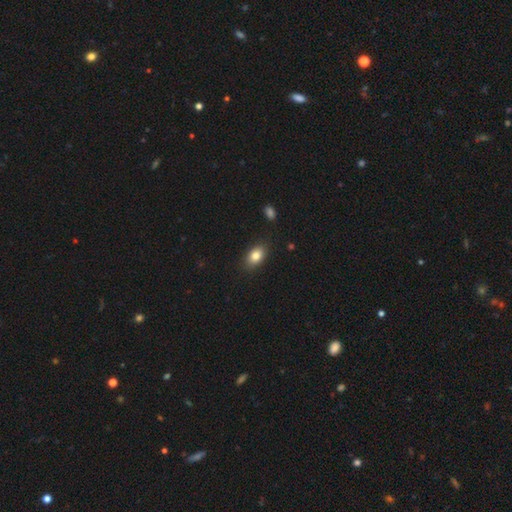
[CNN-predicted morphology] Overall: smooth (83%). How rounded: in between (84%). Merging: none (86%).